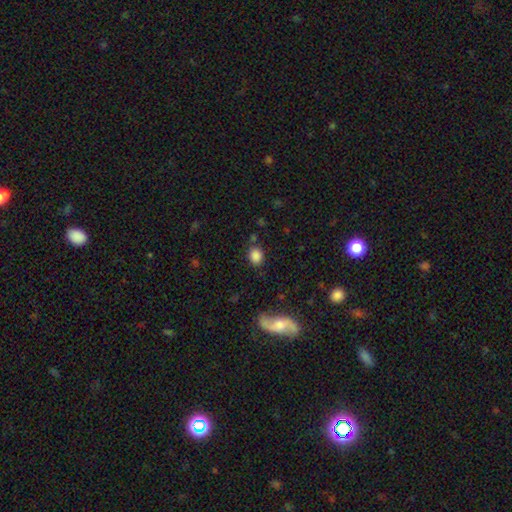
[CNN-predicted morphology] A smooth galaxy with no disk features (84%) that is round (56%).

Vote fractions:
- Smooth or featured? smooth: 84% / star or artifact: 10% / featured or disk: 6%
- How rounded? round: 56% / in between: 43% / cigar-shaped: 1%
- Merging? none: 79% / minor disturbance: 12% / major disturbance: 4% / merger: 4%